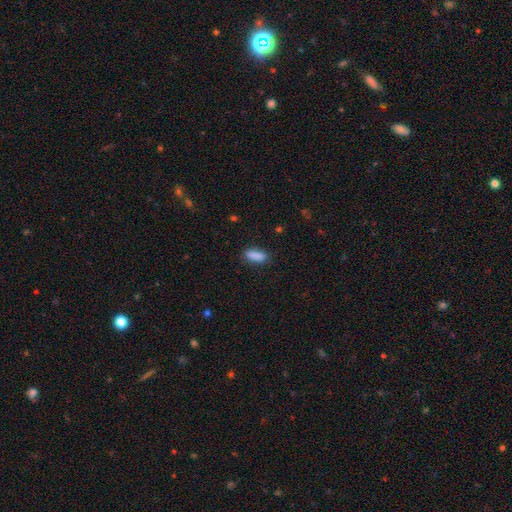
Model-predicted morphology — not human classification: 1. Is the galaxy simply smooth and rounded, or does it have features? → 87% smooth, 8% star or artifact, 5% featured or disk.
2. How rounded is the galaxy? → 67% in between, 30% cigar-shaped, 3% round.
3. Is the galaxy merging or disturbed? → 80% none, 15% minor disturbance, 3% major disturbance, 2% merger.